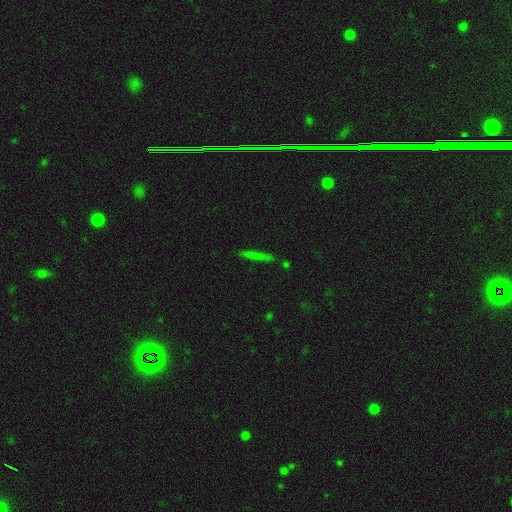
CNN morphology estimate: A smooth galaxy with no disk features (62%) that is cigar-shaped (93%). Merging: none (85%).